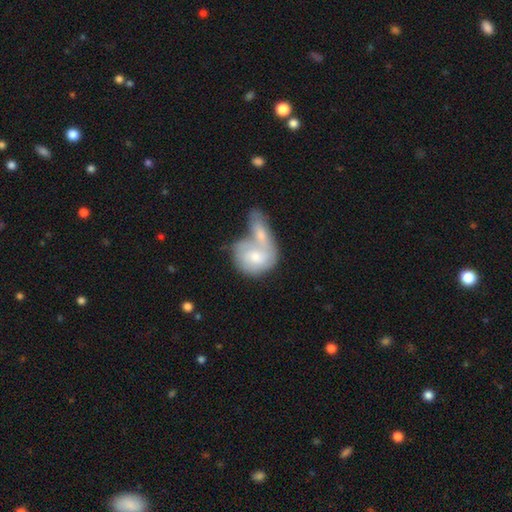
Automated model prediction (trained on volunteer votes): smooth_or_featured: smooth (p=0.57) [alt: featured or disk p=0.37]
how_rounded: round (p=0.58) [alt: in between p=0.39]
merging: merger (p=0.67) [alt: none p=0.20]